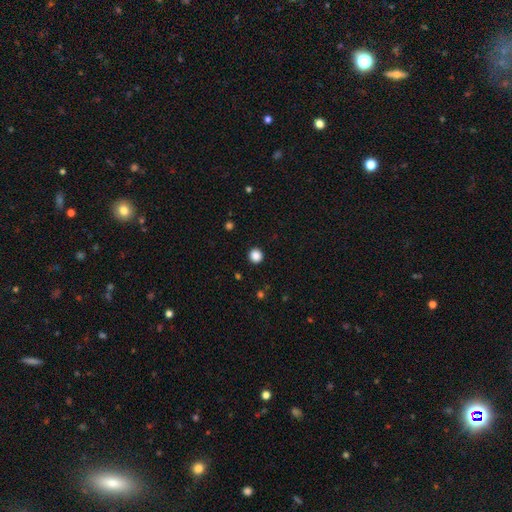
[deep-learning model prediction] A smooth galaxy with no disk features (87%) that is round (92%).

Vote fractions:
- Smooth or featured? smooth: 87% / star or artifact: 11% / featured or disk: 2%
- How rounded? round: 92% / in between: 7% / cigar-shaped: 1%
- Merging? none: 93% / minor disturbance: 4% / major disturbance: 2% / merger: 1%